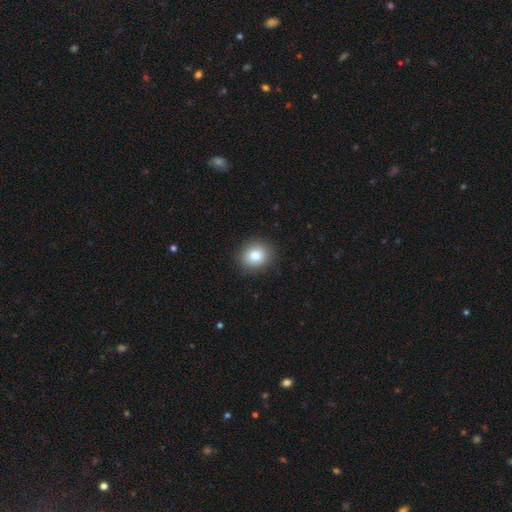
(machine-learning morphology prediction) Smooth or featured? smooth (81%)
How rounded? round (78%)
Merging? none (90%)